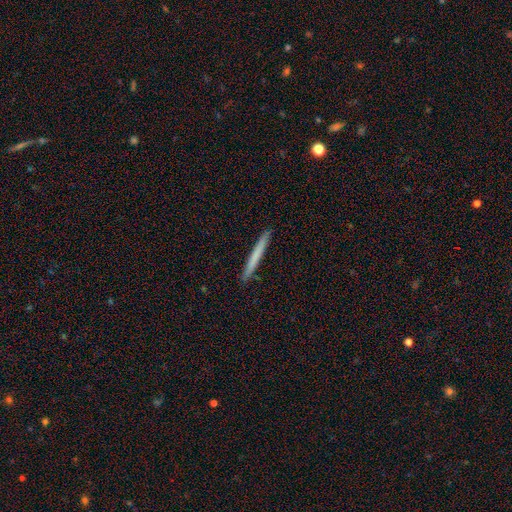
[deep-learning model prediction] Smooth or featured? Predicted: smooth (p=0.67). How rounded? Predicted: cigar-shaped (p=0.97). Merging? Predicted: none (p=0.93).